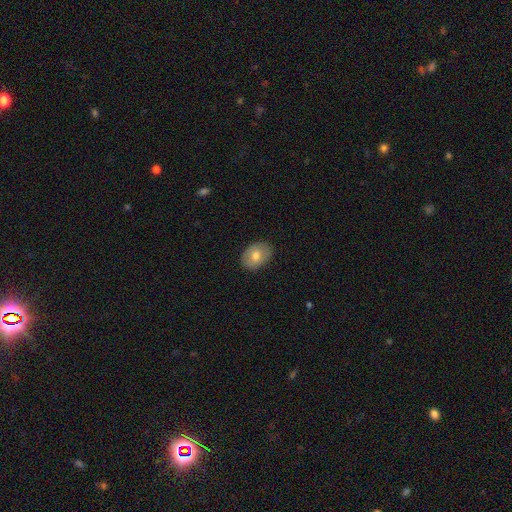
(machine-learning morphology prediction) Q: Smooth or featured?
A: smooth (71%); runner-up: featured or disk (21%)
Q: How rounded?
A: in between (73%); runner-up: round (26%)
Q: Merging?
A: none (85%); runner-up: minor disturbance (11%)